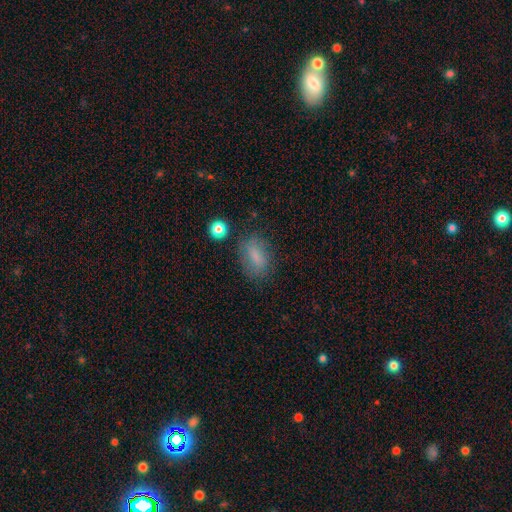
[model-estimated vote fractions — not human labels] A smooth galaxy with no disk features (76%) that is in between round and cigar-shaped (81%).

Vote fractions:
- Smooth or featured? smooth: 76% / featured or disk: 13% / star or artifact: 10%
- How rounded? in between: 81% / round: 13% / cigar-shaped: 5%
- Merging? none: 73% / minor disturbance: 17% / major disturbance: 6% / merger: 3%